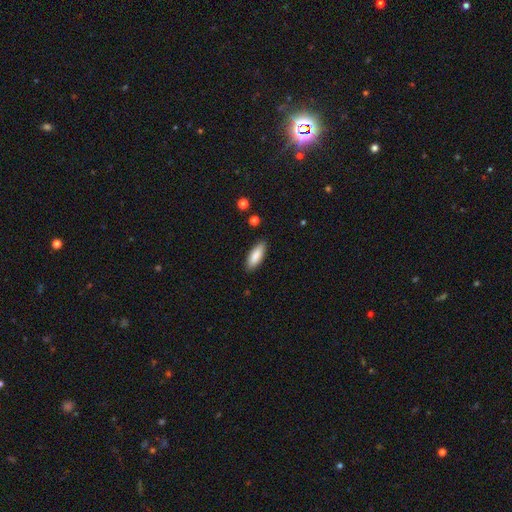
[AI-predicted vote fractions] smooth-or-featured: smooth: 86% | featured or disk: 8% | star or artifact: 6%
  how-rounded: in between: 68% | cigar-shaped: 31% | round: 2%
  merging: none: 88% | minor disturbance: 9% | major disturbance: 2% | merger: 1%